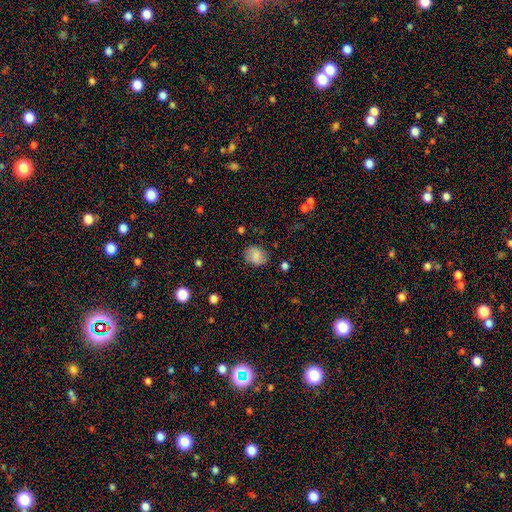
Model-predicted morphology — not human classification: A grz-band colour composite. It shows a smooth galaxy with no disk features (78%) that is in between round and cigar-shaped (52%). Merging: none (80%).